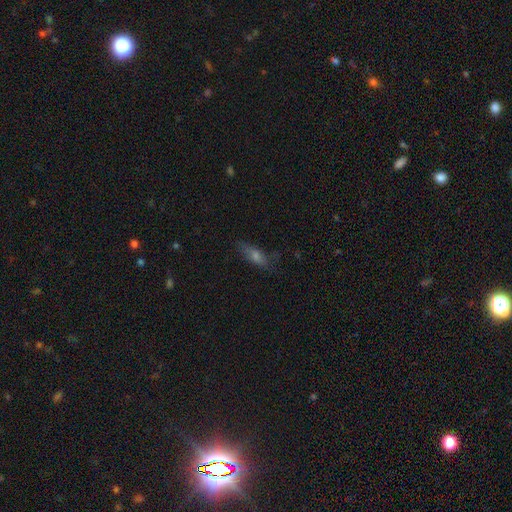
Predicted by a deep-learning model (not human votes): This appears to be a smooth galaxy with no disk features (49%). Merging: none (71%).